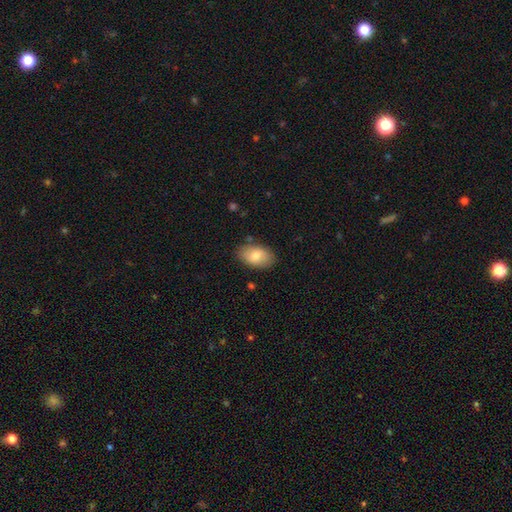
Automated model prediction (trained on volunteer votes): smooth 79%, featured or disk 15%, star or artifact 6%. Down the decision tree: how rounded — in between (92%); merging — none (82%).